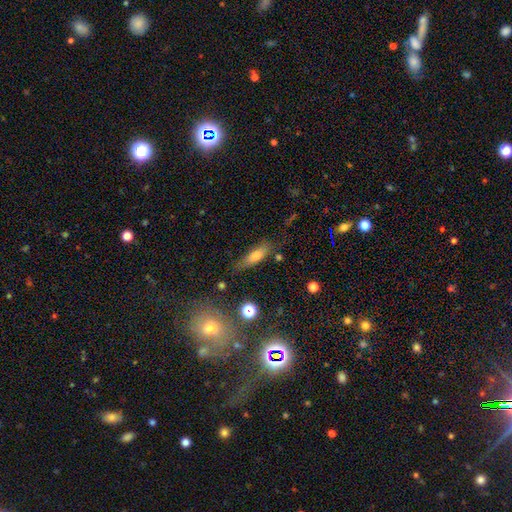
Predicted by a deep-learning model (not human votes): This appears to be a smooth galaxy with no disk features (72%) that is in between round and cigar-shaped (49%). Merging: none (69%).